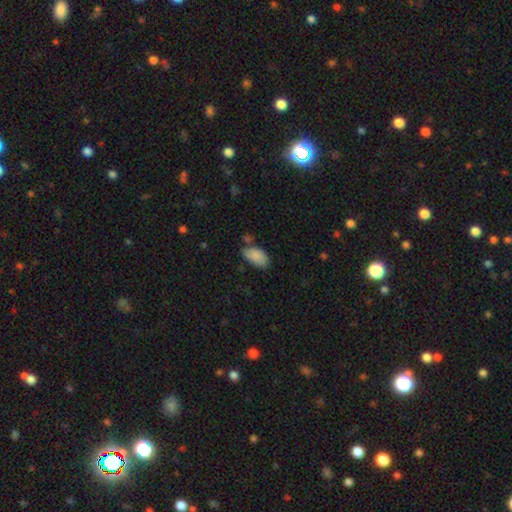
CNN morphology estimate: smooth_or_featured: smooth (p=0.85) [alt: featured or disk p=0.08]
how_rounded: in between (p=0.94) [alt: round p=0.04]
merging: none (p=0.55) [alt: minor disturbance p=0.28]